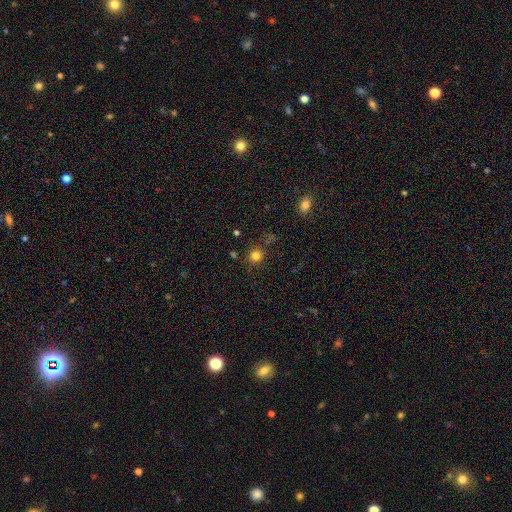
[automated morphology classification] Q: Smooth or featured?
A: smooth (80%); runner-up: star or artifact (15%)
Q: How rounded?
A: round (86%); runner-up: in between (13%)
Q: Merging?
A: none (82%); runner-up: minor disturbance (11%)